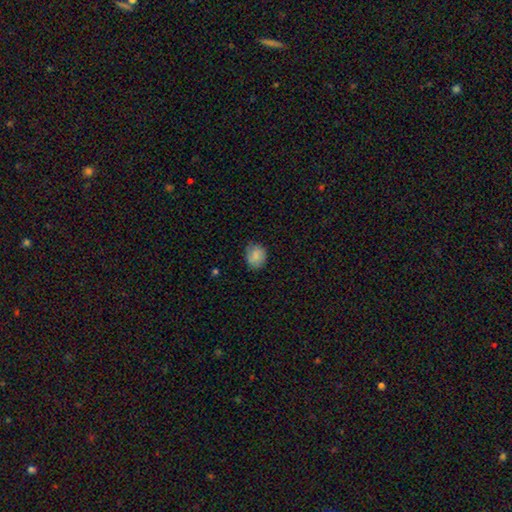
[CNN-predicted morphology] type=smooth (85%); roundness=round (66%); merging=none (79%).